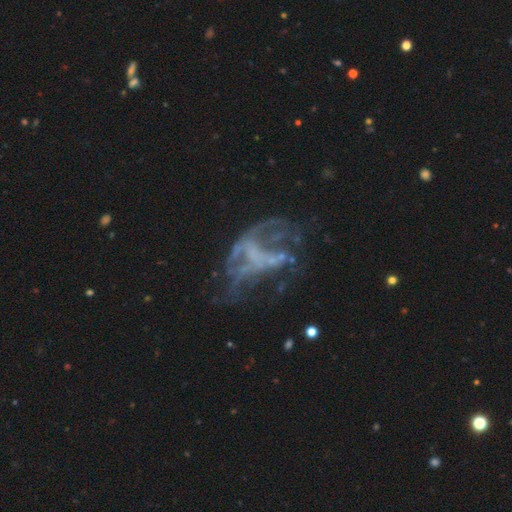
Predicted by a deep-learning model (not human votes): This is likely a featured or disk galaxy (68%). It is clearly not viewed edge-on (97%). Bar: likely no (79%). Spiral arm pattern: likely no (77%). Central bulge: likely none (80%). Merging: possibly major disturbance (46%).